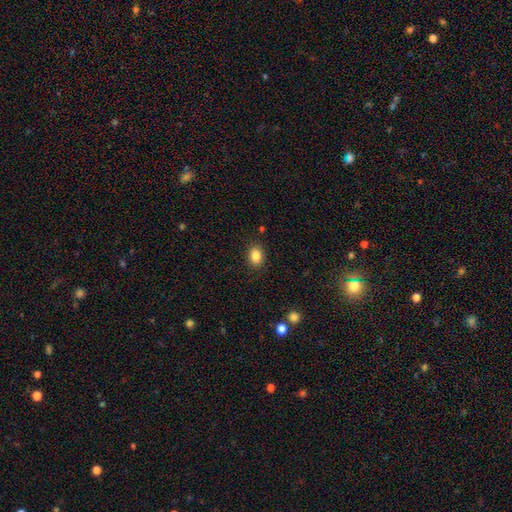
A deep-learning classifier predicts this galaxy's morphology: A smooth galaxy with no disk features (86%) that is in between round and cigar-shaped (70%).

Vote fractions:
- Smooth or featured? smooth: 86% / star or artifact: 9% / featured or disk: 5%
- How rounded? in between: 70% / round: 29% / cigar-shaped: 1%
- Merging? none: 87% / minor disturbance: 9% / major disturbance: 2% / merger: 1%